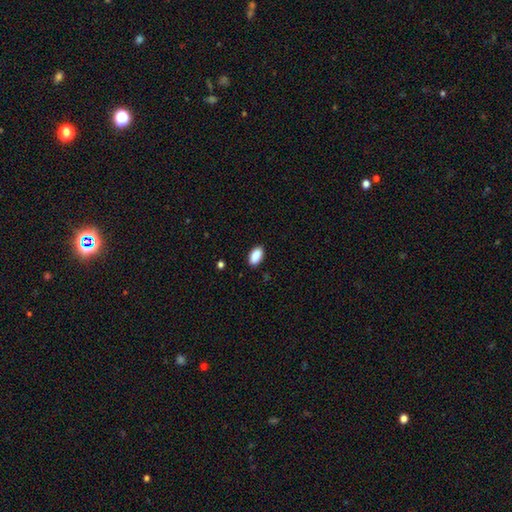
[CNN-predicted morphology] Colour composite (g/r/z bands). It shows a smooth galaxy with no disk features (90%) that is in between round and cigar-shaped (94%). Merging: none (88%).